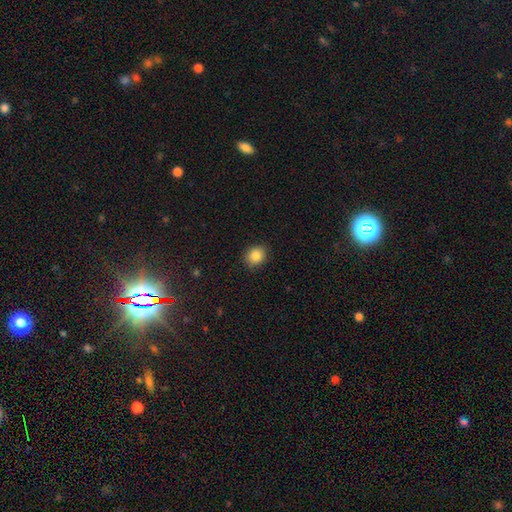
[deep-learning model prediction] A smooth galaxy with no disk features (85%) that is round (66%). Merging: none (87%).